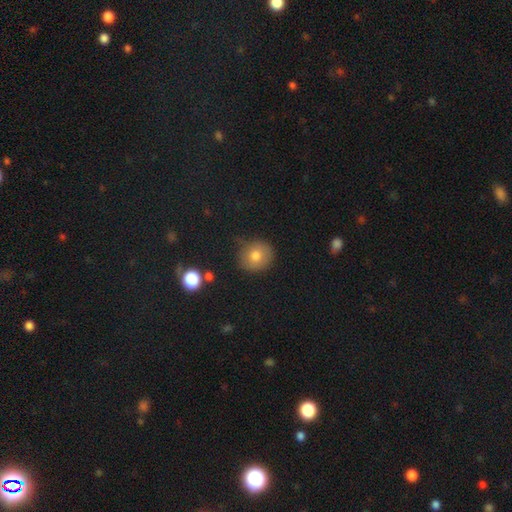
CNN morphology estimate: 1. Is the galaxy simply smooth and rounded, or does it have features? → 75% smooth, 13% featured or disk, 11% star or artifact.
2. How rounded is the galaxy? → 84% round, 15% in between, 1% cigar-shaped.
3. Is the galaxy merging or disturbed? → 75% none, 18% minor disturbance, 5% major disturbance, 2% merger.